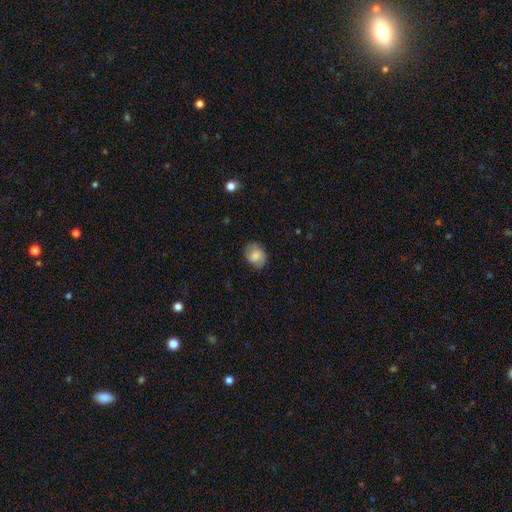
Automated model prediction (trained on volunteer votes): This appears to be a smooth galaxy with no disk features (74%) that is in between round and cigar-shaped (58%). Merging: none (73%).